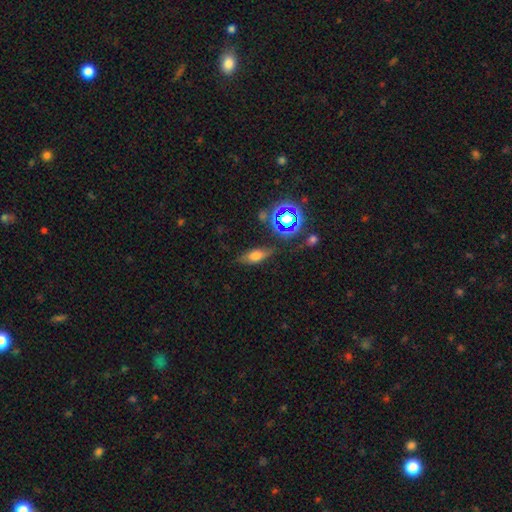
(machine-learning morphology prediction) type=smooth (57%); roundness=in between (64%); merging=none (77%).